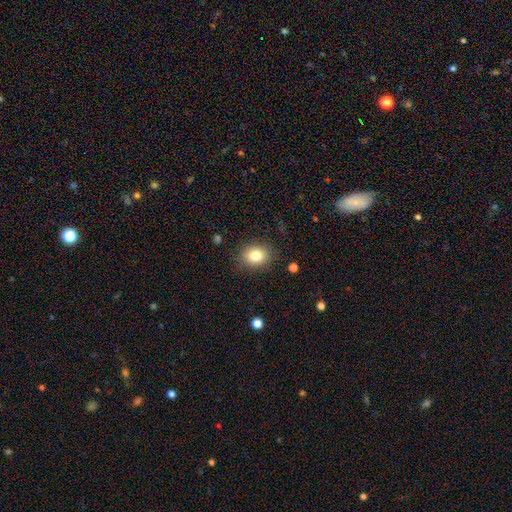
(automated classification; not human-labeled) Morphology: type=smooth (82%); roundness=round (51%); merging=none (85%).